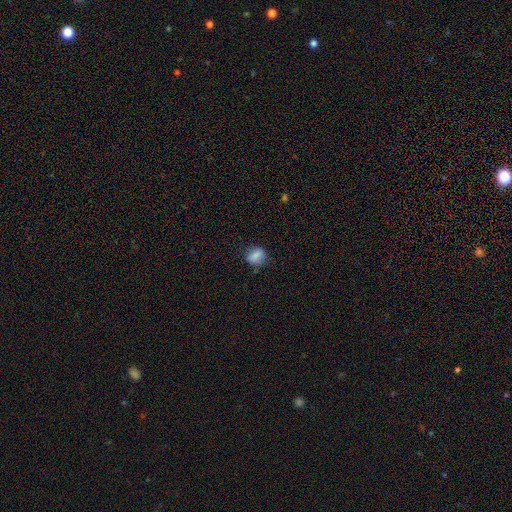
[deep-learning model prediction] Overall: smooth (79%). How rounded: round (53%; in between 45%). Merging: none (71%).